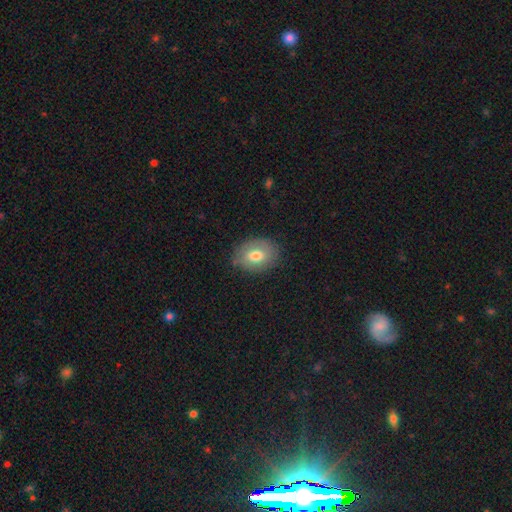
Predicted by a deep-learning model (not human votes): This is likely a smooth galaxy (70%). How rounded: likely in between (72%). Merging: likely none (80%).